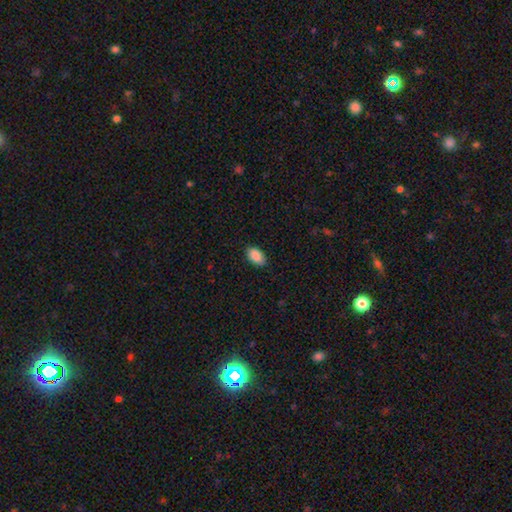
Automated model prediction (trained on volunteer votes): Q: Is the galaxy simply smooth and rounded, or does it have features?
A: smooth — 89%.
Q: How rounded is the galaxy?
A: in between — 93%.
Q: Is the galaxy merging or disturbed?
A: none — 88%.